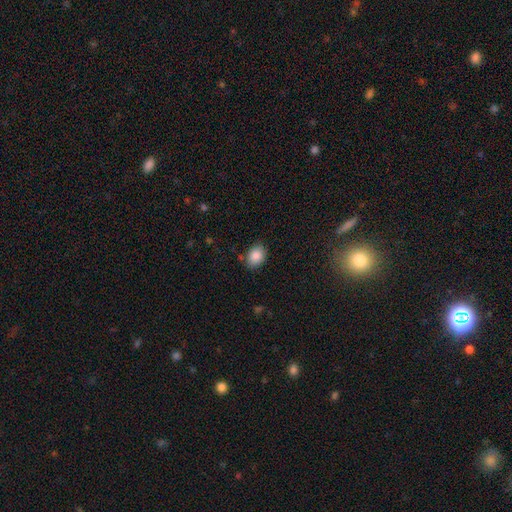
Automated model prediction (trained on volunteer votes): Smooth or featured? smooth (87%)
How rounded? in between (73%)
Merging? none (81%)